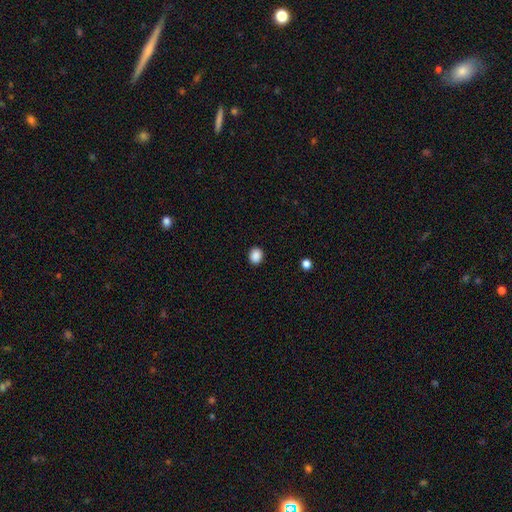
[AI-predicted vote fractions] smooth_or_featured: smooth (p=0.88) [alt: star or artifact p=0.09]
how_rounded: round (p=0.58) [alt: in between p=0.42]
merging: none (p=0.90) [alt: minor disturbance p=0.07]